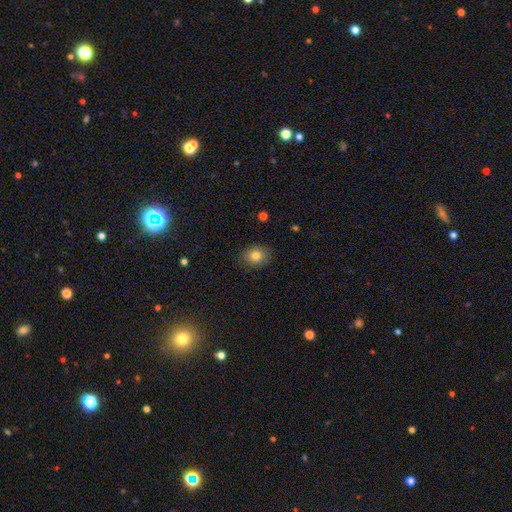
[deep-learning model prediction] This appears to be a smooth galaxy with no disk features (81%) that is round (63%). Merging: none (87%).